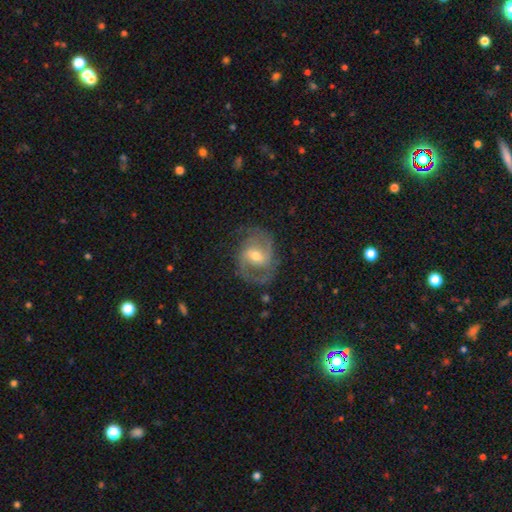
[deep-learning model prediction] Smooth or featured? Predicted: featured or disk (p=0.85). Edge-on disk? Predicted: no (p=0.97). Bar? Predicted: weak (p=0.49). Spiral arms? Predicted: yes (p=0.95). Spiral winding? Predicted: medium (p=0.54). Spiral arm count? Predicted: 2 (p=0.85). Bulge size? Predicted: moderate (p=0.64). Merging? Predicted: none (p=0.74).